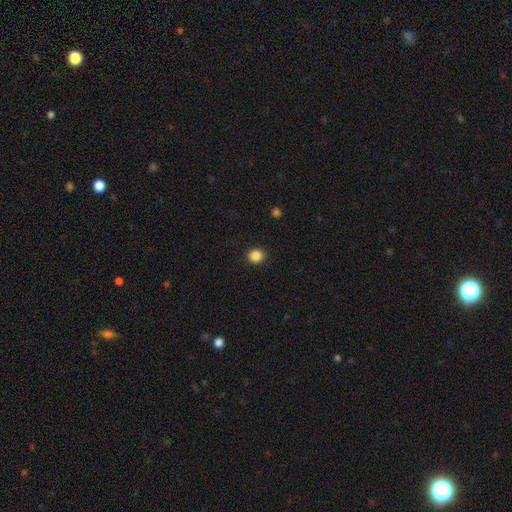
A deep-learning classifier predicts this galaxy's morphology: smooth-or-featured: smooth: 86% | star or artifact: 11% | featured or disk: 3%
  how-rounded: round: 86% | in between: 13% | cigar-shaped: 1%
  merging: none: 92% | minor disturbance: 5% | major disturbance: 2% | merger: 1%